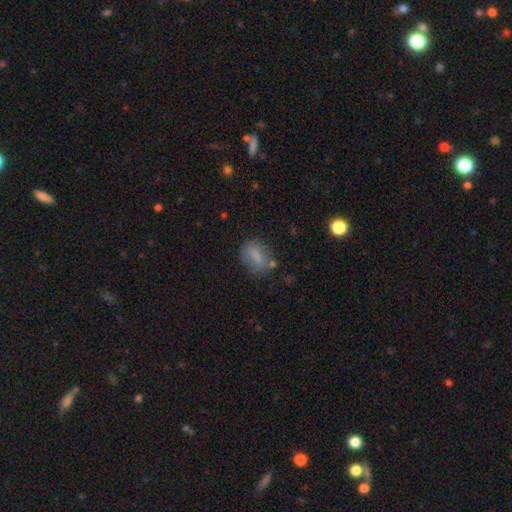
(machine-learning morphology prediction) This appears to be a smooth galaxy with no disk features (73%) that is in between round and cigar-shaped (67%). Merging: none (66%).